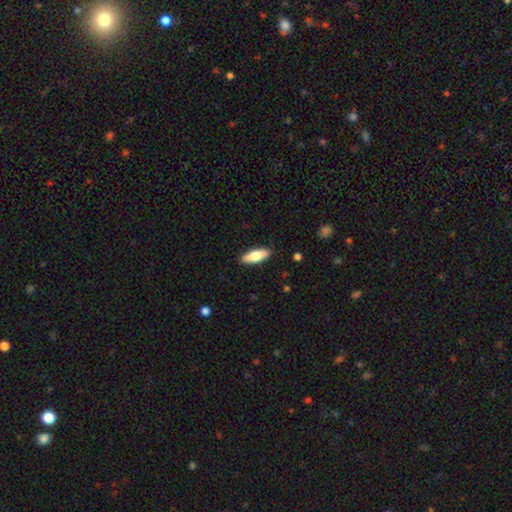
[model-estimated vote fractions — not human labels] smooth 73%, featured or disk 22%, star or artifact 5%. Down the decision tree: how rounded — in between (62%); merging — none (89%).